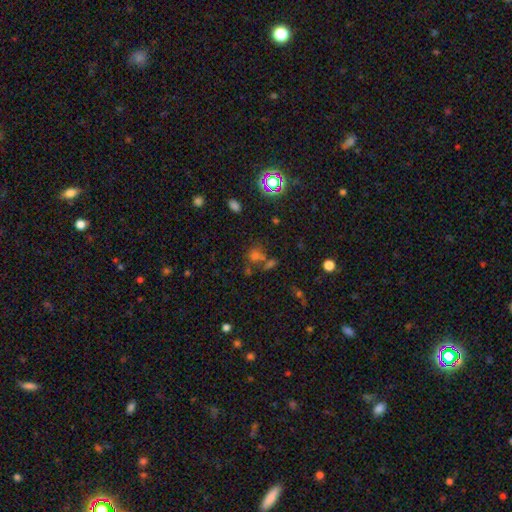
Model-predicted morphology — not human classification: smooth_or_featured: smooth (p=0.49) [alt: star or artifact p=0.39]
merging: none (p=0.54) [alt: merger p=0.30]